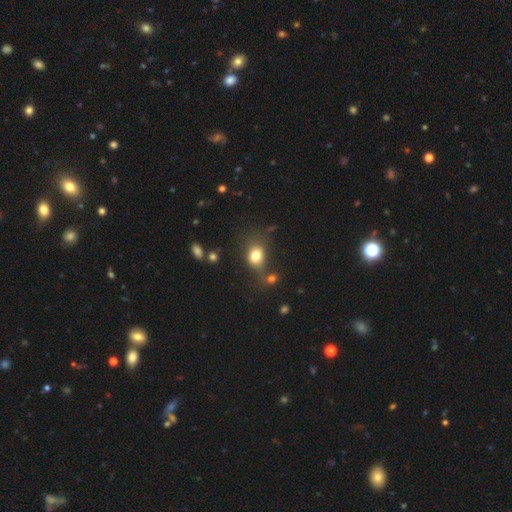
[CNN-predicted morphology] A smooth galaxy with no disk features (78%) that is in between round and cigar-shaped (54%). Merging: none (53%).